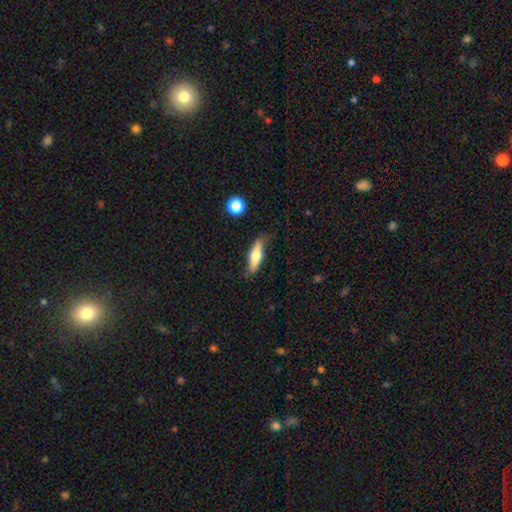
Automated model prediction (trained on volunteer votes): Morphology: type=smooth (57%); roundness=cigar-shaped (63%); merging=none (78%).